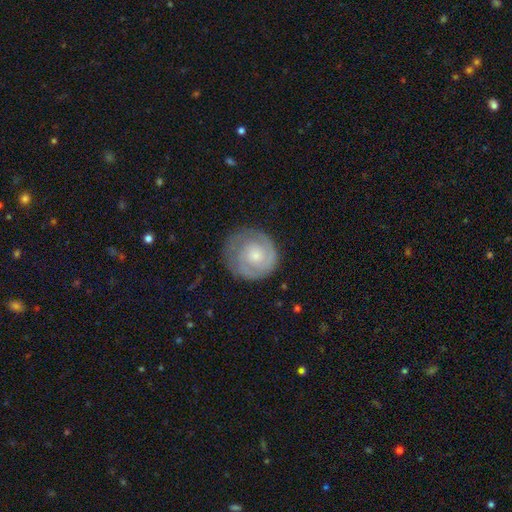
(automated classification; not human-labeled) A featured or disk galaxy (64%) with no bar (78%), 2 (39%) tight (70%) spiral arms (87%) and a small central bulge (62%). Merging: none (74%).